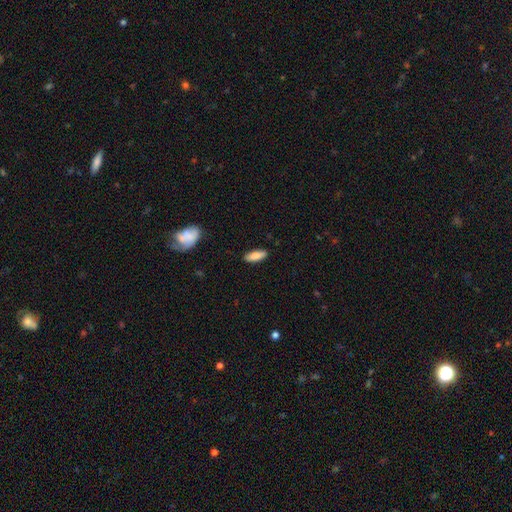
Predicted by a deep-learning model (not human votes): Smooth or featured: smooth — 81% (featured or disk — 13%)
How rounded: in between — 67% (cigar-shaped — 31%)
Merging: none — 87% (minor disturbance — 10%)